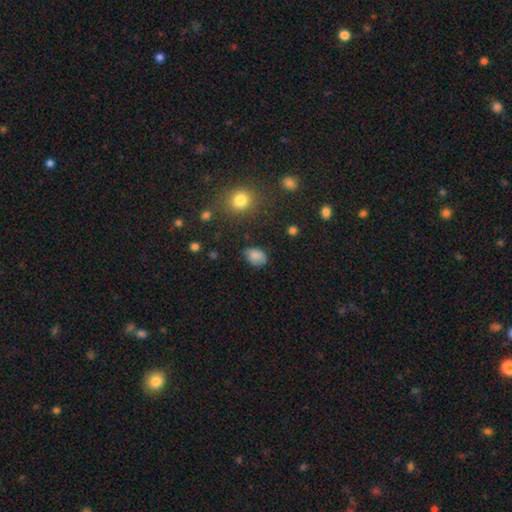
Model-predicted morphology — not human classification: type=smooth (84%); roundness=in between (74%); merging=none (77%).